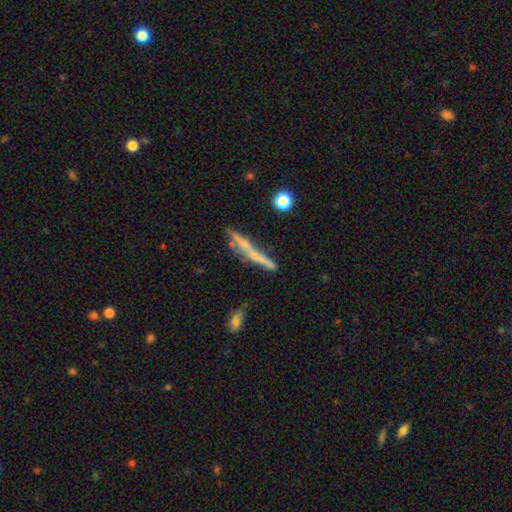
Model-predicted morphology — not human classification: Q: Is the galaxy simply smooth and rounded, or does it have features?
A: featured or disk — 55%.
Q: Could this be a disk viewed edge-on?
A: yes — 90%.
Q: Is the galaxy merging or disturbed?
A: none — 65%.